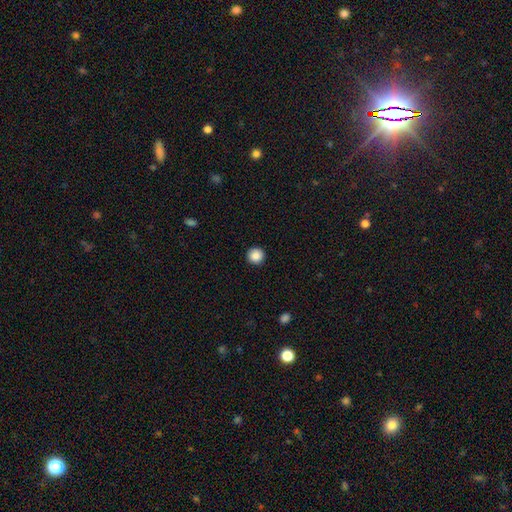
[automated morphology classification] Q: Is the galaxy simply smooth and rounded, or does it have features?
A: smooth — 88%.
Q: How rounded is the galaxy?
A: round — 95%.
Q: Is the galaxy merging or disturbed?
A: none — 92%.